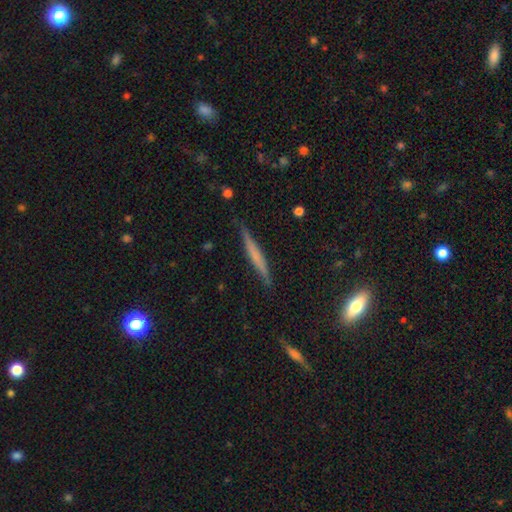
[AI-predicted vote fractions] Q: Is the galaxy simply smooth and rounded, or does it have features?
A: featured or disk — 48%.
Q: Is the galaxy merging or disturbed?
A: none — 87%.